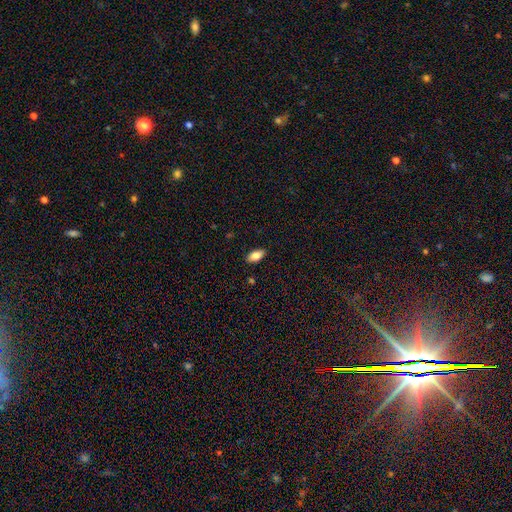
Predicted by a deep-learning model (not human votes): smooth_or_featured: smooth (p=0.82) [alt: featured or disk p=0.10]
how_rounded: in between (p=0.91) [alt: cigar-shaped p=0.06]
merging: none (p=0.88) [alt: minor disturbance p=0.09]